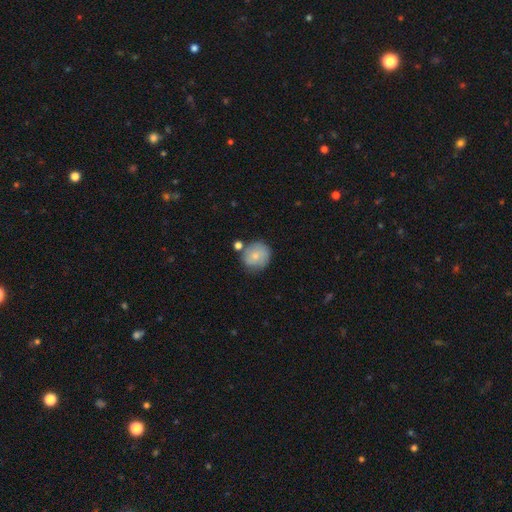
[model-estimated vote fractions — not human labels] Overall: smooth (74%). How rounded: round (85%). Merging: none (64%).